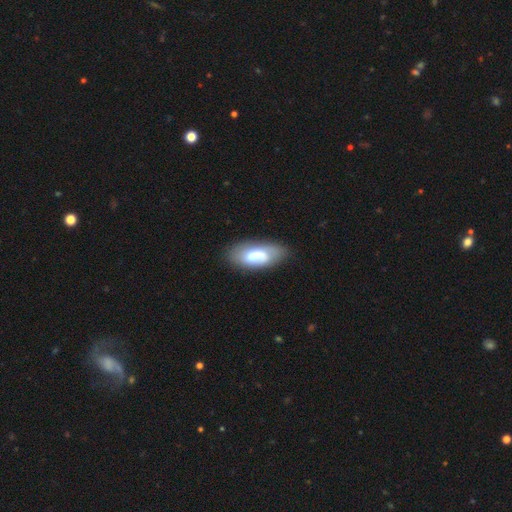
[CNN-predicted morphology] A smooth galaxy with no disk features (62%) that is in between round and cigar-shaped (85%). Merging: none (64%).